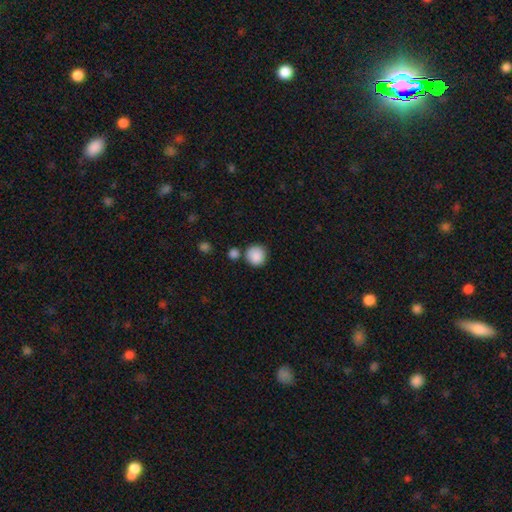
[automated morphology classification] smooth_or_featured: smooth (p=0.88) [alt: star or artifact p=0.08]
how_rounded: round (p=0.92) [alt: in between p=0.07]
merging: none (p=0.76) [alt: merger p=0.11]